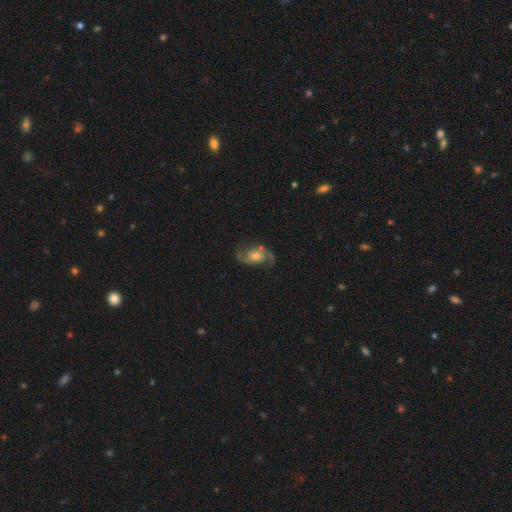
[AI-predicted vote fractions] Smooth or featured: featured or disk — 79% (smooth — 13%)
Edge-on disk: no — 96% (yes — 4%)
Bar: no — 62% (weak — 31%)
Spiral arms: yes — 94% (no — 6%)
Spiral winding: loose — 45% (medium — 44%)
Spiral arm count: 2 — 90% (can't tell — 4%)
Bulge size: moderate — 57% (small — 24%)
Merging: none — 68% (minor disturbance — 17%)